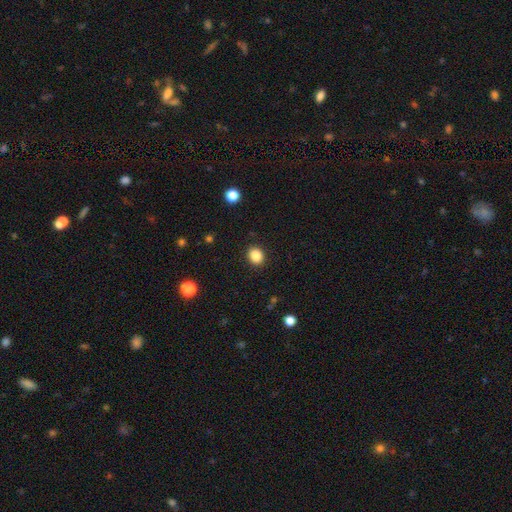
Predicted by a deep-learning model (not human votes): Overall: smooth (86%). How rounded: round (66%; in between 33%). Merging: none (90%).